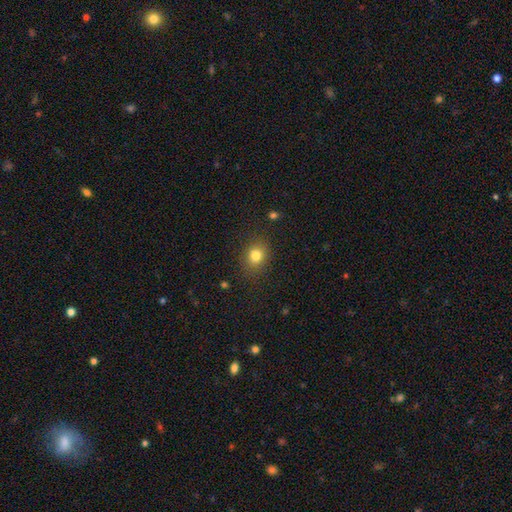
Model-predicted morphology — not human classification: This is clearly a smooth galaxy (81%). How rounded: likely round (61%). Merging: clearly none (83%).